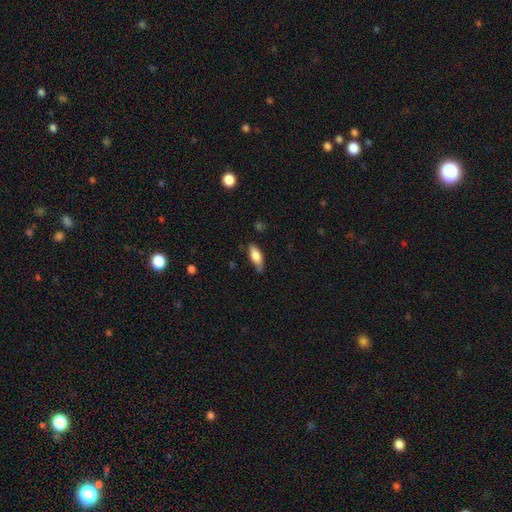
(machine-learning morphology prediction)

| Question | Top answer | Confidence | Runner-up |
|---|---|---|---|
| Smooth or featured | smooth | 80% | featured or disk (14%) |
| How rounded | in between | 76% | cigar-shaped (22%) |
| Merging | none | 68% | minor disturbance (26%) |